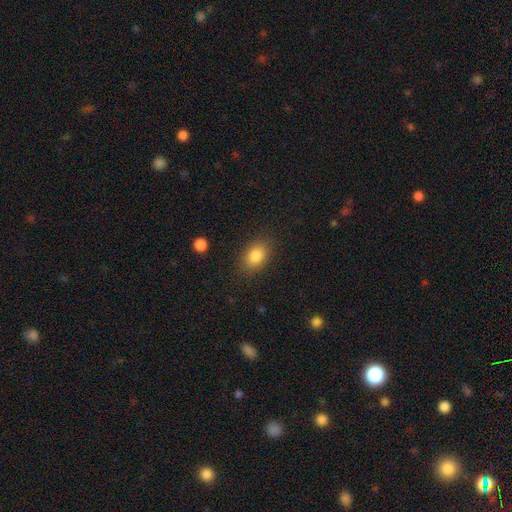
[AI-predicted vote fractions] Smooth or featured? smooth (85%)
How rounded? in between (79%)
Merging? none (84%)